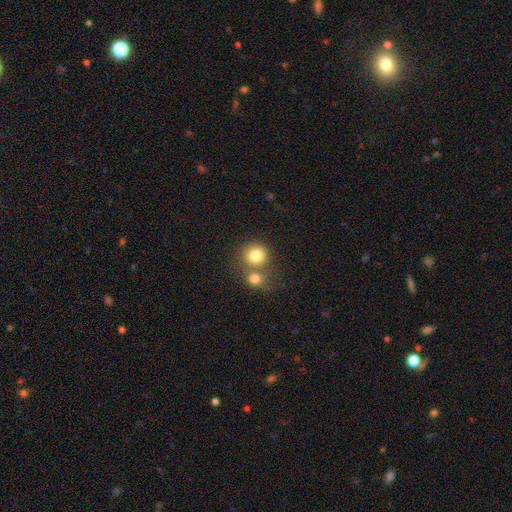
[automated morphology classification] smooth_or_featured: smooth (p=0.81) [alt: star or artifact p=0.11]
how_rounded: round (p=0.88) [alt: in between p=0.11]
merging: none (p=0.50) [alt: merger p=0.39]